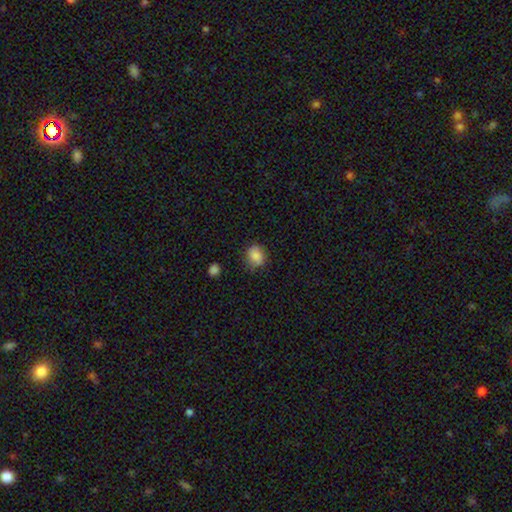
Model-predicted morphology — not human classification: Smooth or featured? Predicted: smooth (p=0.84). How rounded? Predicted: round (p=0.56). Merging? Predicted: none (p=0.73).